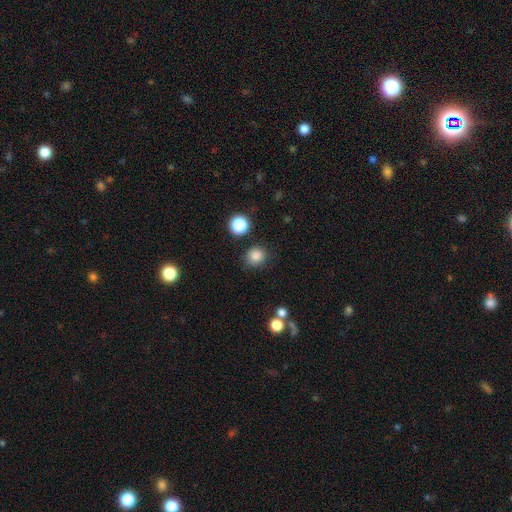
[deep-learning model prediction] Smooth or featured? Predicted: smooth (p=0.84). How rounded? Predicted: round (p=0.87). Merging? Predicted: none (p=0.83).